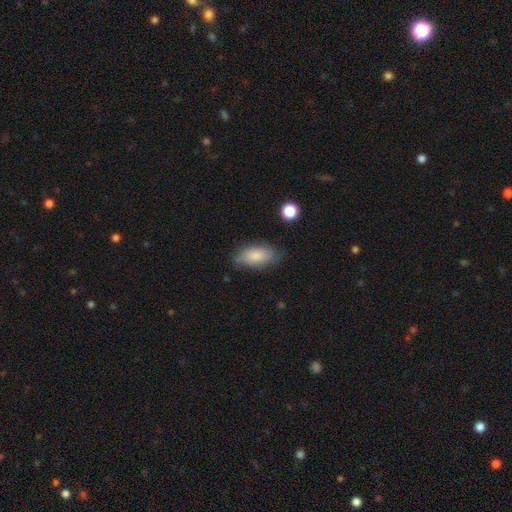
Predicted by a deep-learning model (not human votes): Smooth or featured?
  - smooth: 80% *
  - featured or disk: 13%
  - star or artifact: 7%
How rounded?
  - in between: 88% *
  - cigar-shaped: 9%
  - round: 3%
Merging?
  - none: 69% *
  - minor disturbance: 23%
  - major disturbance: 6%
  - merger: 2%